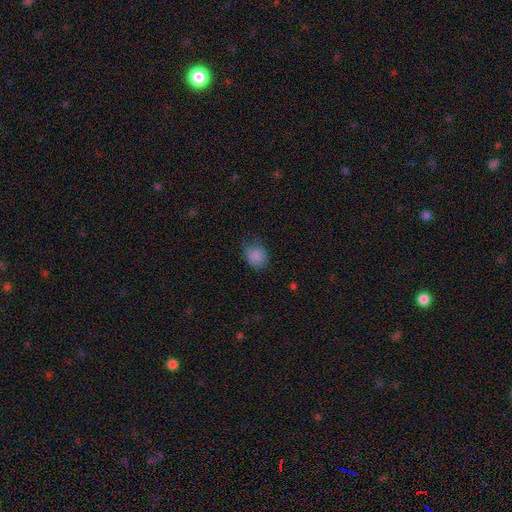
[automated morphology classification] Smooth or featured?
  - smooth: 86% *
  - star or artifact: 9%
  - featured or disk: 5%
How rounded?
  - round: 64% *
  - in between: 35%
  - cigar-shaped: 1%
Merging?
  - none: 61% *
  - minor disturbance: 29%
  - major disturbance: 8%
  - merger: 1%